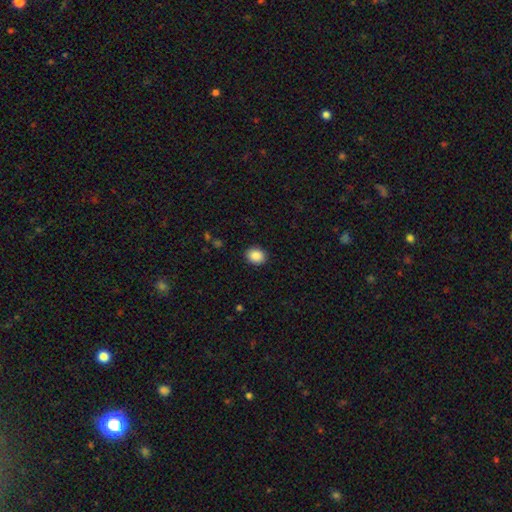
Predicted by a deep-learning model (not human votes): Overall: smooth (88%). How rounded: round (55%; in between 44%). Merging: none (90%).